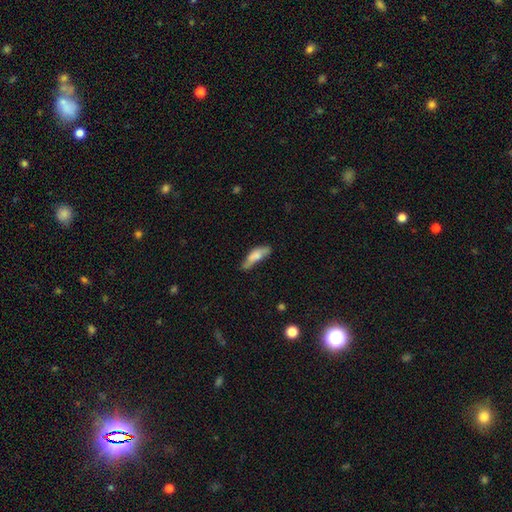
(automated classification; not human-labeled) This is likely a smooth galaxy (69%). How rounded: possibly in between (49%). Merging: possibly none (47%).